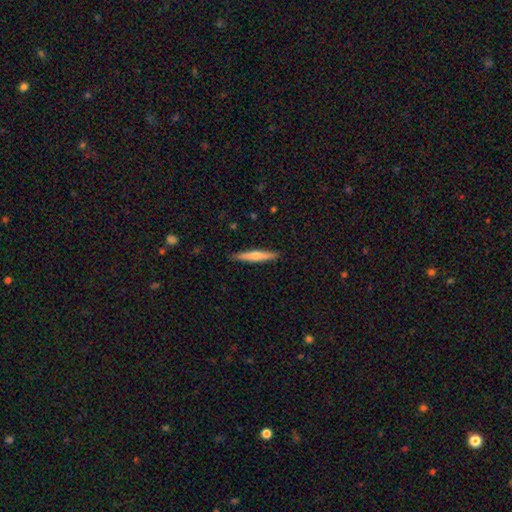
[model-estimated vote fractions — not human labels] A smooth galaxy with no disk features (58%) that is cigar-shaped (94%).

Vote fractions:
- Smooth or featured? smooth: 58% / featured or disk: 36% / star or artifact: 5%
- How rounded? cigar-shaped: 94% / in between: 4% / round: 1%
- Merging? none: 90% / minor disturbance: 7% / major disturbance: 1% / merger: 1%